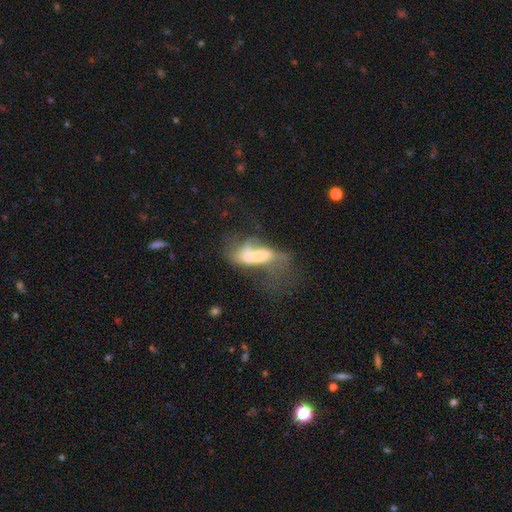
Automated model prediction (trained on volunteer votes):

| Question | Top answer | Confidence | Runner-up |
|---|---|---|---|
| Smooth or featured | featured or disk | 49% | smooth (38%) |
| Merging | major disturbance | 39% | merger (34%) |